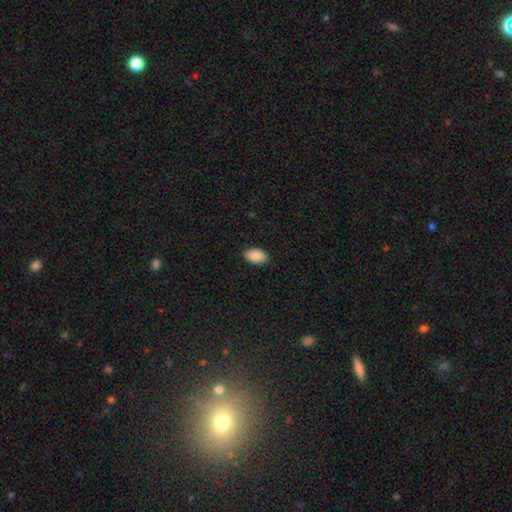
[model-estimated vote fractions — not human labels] smooth-or-featured: smooth: 90% | star or artifact: 6% | featured or disk: 4%
  how-rounded: in between: 92% | round: 6% | cigar-shaped: 1%
  merging: none: 89% | minor disturbance: 9% | major disturbance: 2% | merger: 1%